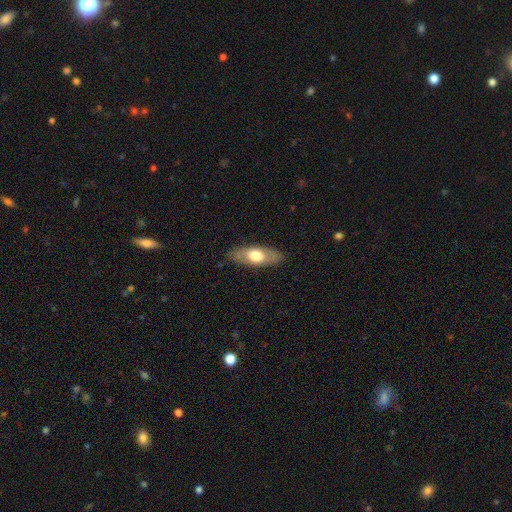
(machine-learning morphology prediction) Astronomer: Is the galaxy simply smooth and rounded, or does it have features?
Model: smooth — 58% (runner-up: featured or disk, 37%).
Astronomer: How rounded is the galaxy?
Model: in between — 77%.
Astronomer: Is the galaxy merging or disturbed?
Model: none — 83%.